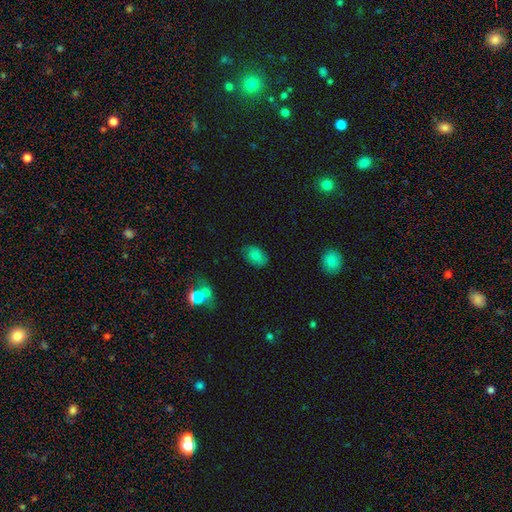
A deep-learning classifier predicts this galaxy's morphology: Overall: smooth (76%). How rounded: in between (85%). Merging: none (76%).